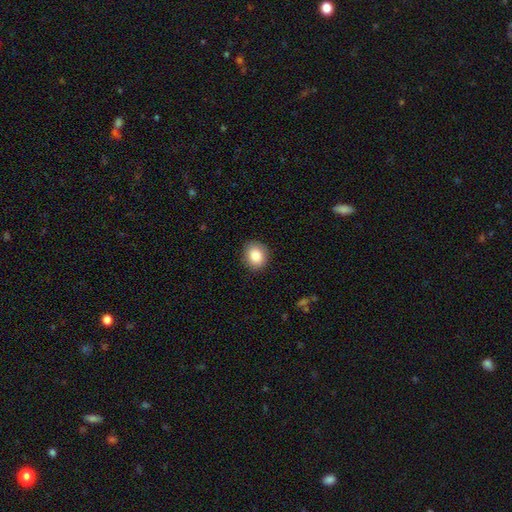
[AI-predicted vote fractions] Overall: smooth (87%). How rounded: round (73%). Merging: none (88%).